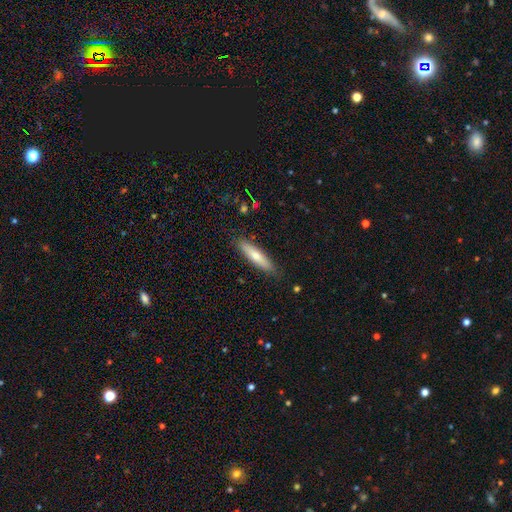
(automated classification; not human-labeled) Overall: smooth (66%; featured or disk 28%). How rounded: cigar-shaped (79%). Merging: none (87%).